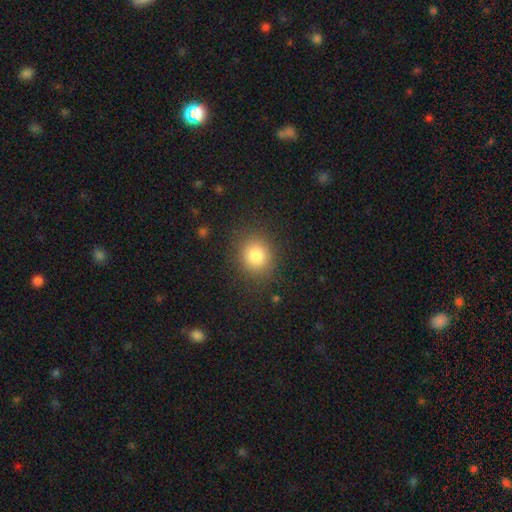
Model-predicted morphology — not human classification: A smooth galaxy with no disk features (82%) that is round (77%).

Vote fractions:
- Smooth or featured? smooth: 82% / star or artifact: 11% / featured or disk: 7%
- How rounded? round: 77% / in between: 22% / cigar-shaped: 1%
- Merging? none: 86% / minor disturbance: 9% / major disturbance: 4% / merger: 1%